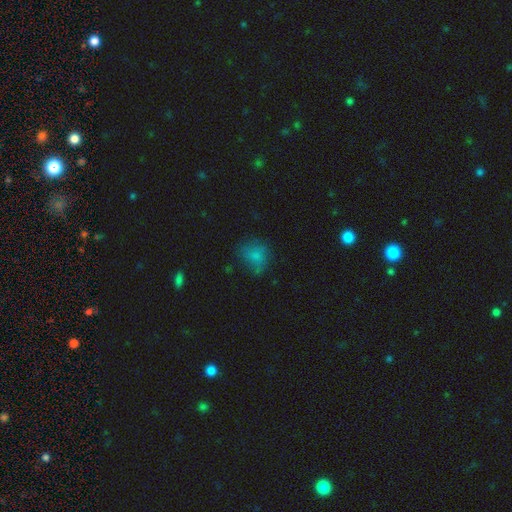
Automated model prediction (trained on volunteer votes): A smooth galaxy with no disk features (71%) that is round (66%).

Vote fractions:
- Smooth or featured? smooth: 71% / featured or disk: 15% / star or artifact: 14%
- How rounded? round: 66% / in between: 33% / cigar-shaped: 1%
- Merging? none: 57% / minor disturbance: 26% / major disturbance: 15% / merger: 2%